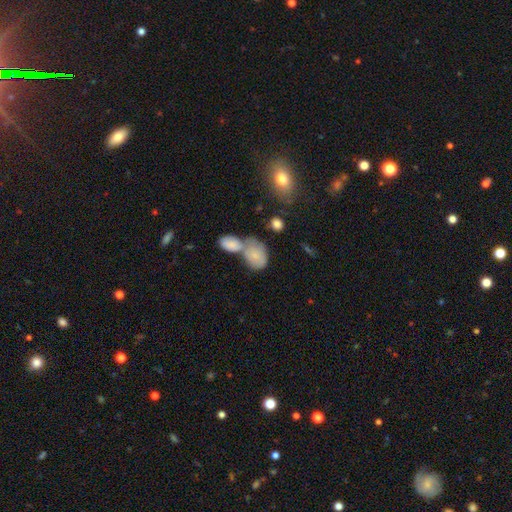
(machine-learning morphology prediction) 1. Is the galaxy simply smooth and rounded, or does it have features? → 75% smooth, 17% featured or disk, 7% star or artifact.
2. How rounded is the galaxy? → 78% in between, 20% round, 2% cigar-shaped.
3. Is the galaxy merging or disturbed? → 62% merger, 21% none, 11% minor disturbance, 6% major disturbance.